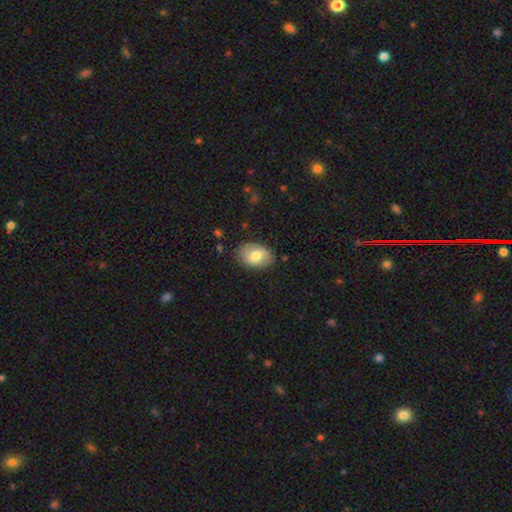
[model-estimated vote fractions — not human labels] This appears to be a smooth galaxy with no disk features (72%) that is in between round and cigar-shaped (84%). Merging: none (83%).